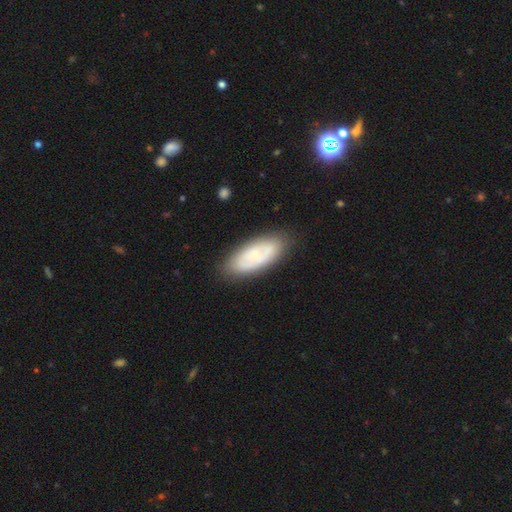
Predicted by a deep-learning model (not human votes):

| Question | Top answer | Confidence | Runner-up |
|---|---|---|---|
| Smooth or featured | smooth | 49% | featured or disk (43%) |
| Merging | none | 78% | minor disturbance (15%) |